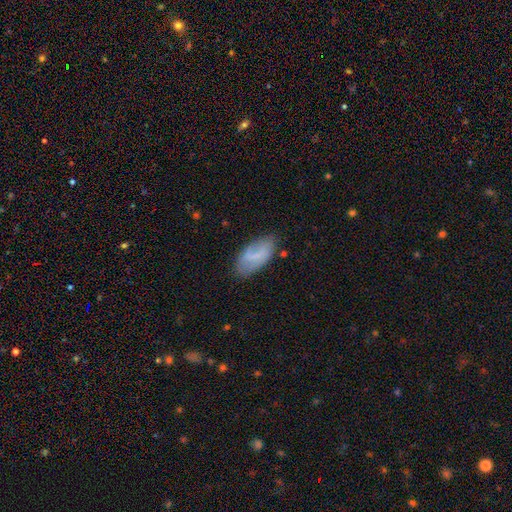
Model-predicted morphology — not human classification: This appears to be a smooth galaxy with no disk features (58%) that is in between round and cigar-shaped (91%). Merging: none (66%).